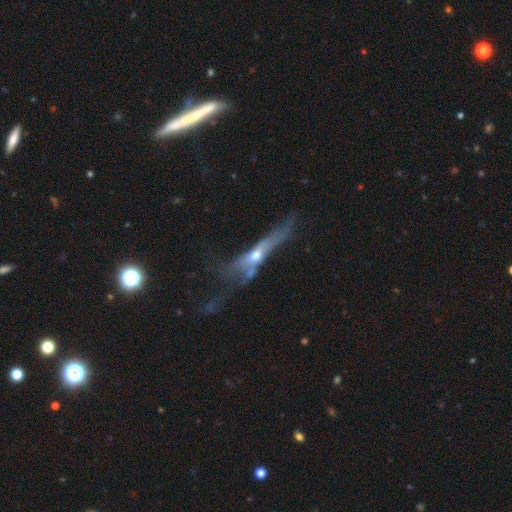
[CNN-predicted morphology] A featured or disk galaxy (60%) viewed edge-on (60%). Merging: major disturbance (42%).